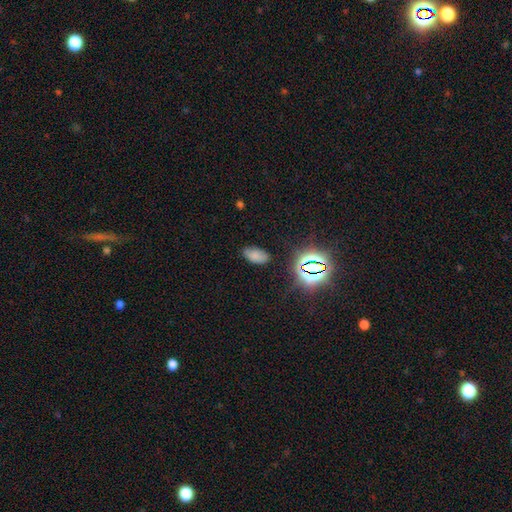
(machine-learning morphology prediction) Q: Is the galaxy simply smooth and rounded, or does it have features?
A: smooth — 68%.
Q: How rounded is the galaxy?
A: in between — 93%.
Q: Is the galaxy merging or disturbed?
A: none — 77%.